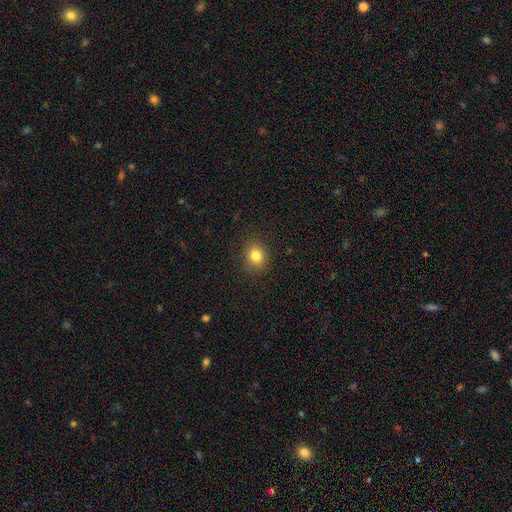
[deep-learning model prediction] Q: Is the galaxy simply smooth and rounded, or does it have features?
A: smooth — 82%.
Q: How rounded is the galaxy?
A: round — 69%.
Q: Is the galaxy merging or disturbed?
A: none — 88%.